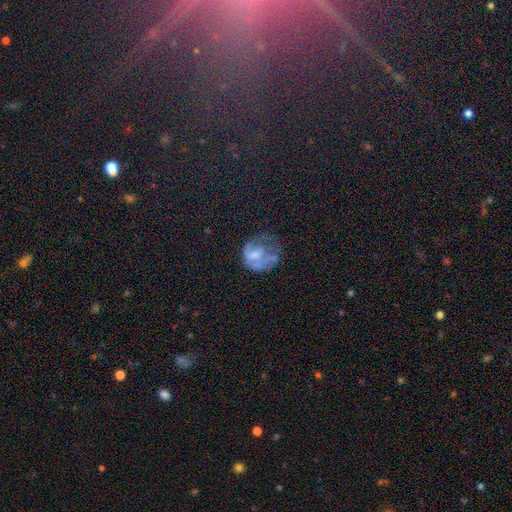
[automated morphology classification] Smooth or featured? featured or disk (49%)
Merging? major disturbance (42%)